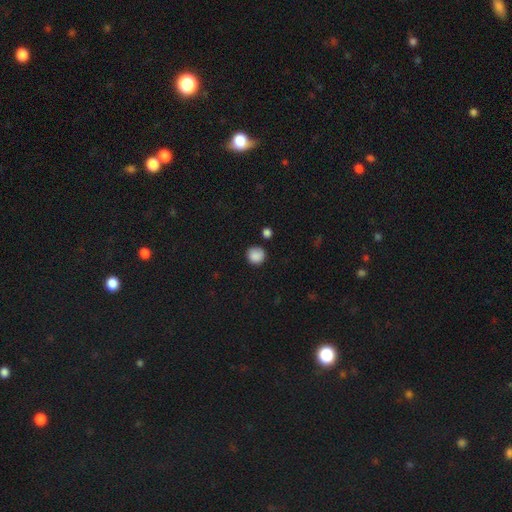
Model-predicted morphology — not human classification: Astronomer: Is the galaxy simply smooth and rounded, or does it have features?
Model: smooth — 87%.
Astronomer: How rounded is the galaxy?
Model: round — 92%.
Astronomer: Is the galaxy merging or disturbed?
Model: none — 79%.